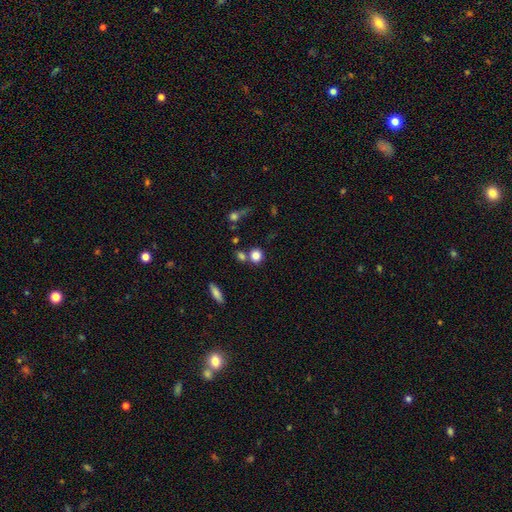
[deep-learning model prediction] A smooth galaxy with no disk features (82%) that is round (80%). Merging: none (64%).